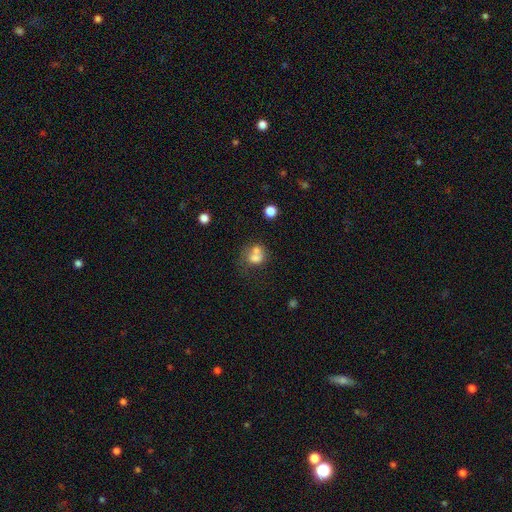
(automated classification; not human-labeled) Smooth or featured: smooth — 68% (featured or disk — 20%)
How rounded: round — 59% (in between — 40%)
Merging: merger — 53% (none — 27%)